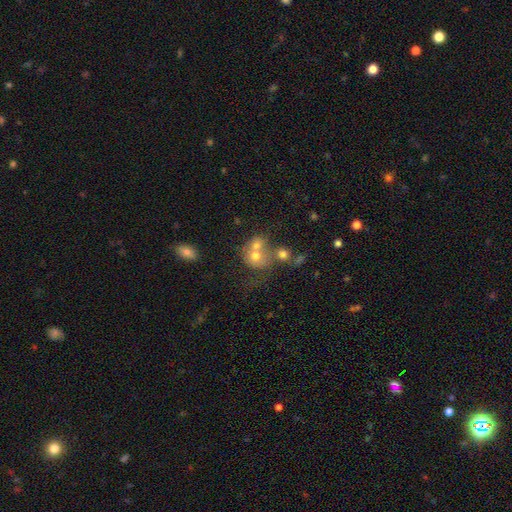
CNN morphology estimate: A smooth galaxy with no disk features (64%) that is round (70%).

Vote fractions:
- Smooth or featured? smooth: 64% / featured or disk: 23% / star or artifact: 13%
- How rounded? round: 70% / in between: 29% / cigar-shaped: 1%
- Merging? merger: 59% / none: 26% / minor disturbance: 8% / major disturbance: 6%